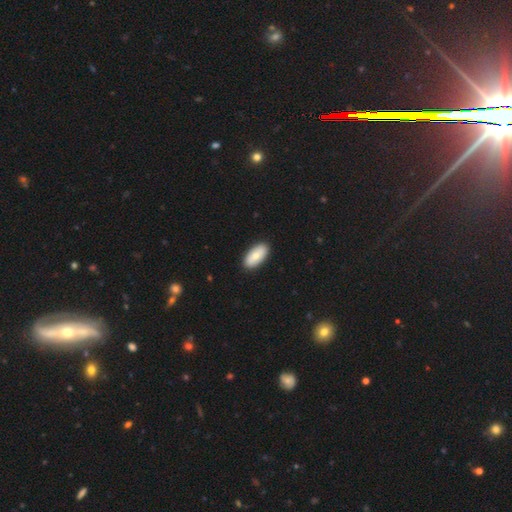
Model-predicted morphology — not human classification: A smooth galaxy with no disk features (77%) that is in between round and cigar-shaped (92%). Merging: none (91%).